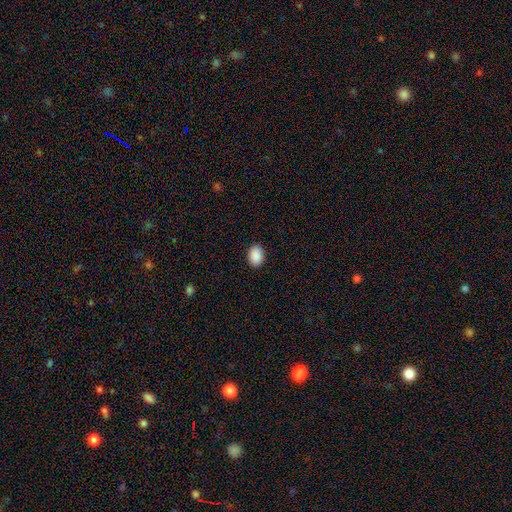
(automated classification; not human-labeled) smooth 90%, star or artifact 7%, featured or disk 2%. Down the decision tree: how rounded — in between (79%); merging — none (90%).